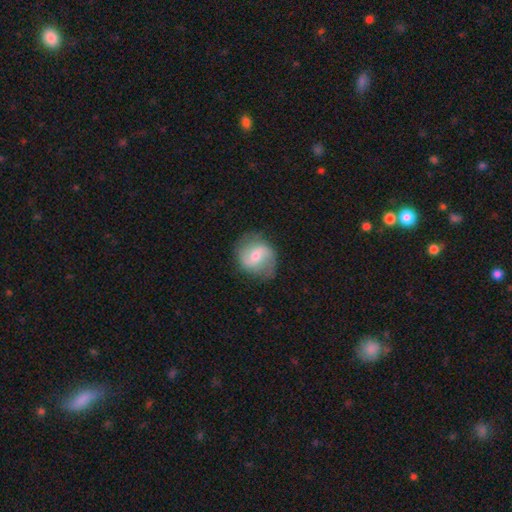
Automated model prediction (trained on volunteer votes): The model was most divided on "bulge size": moderate: 54%, small: 40%, large: 3%, none: 1%, dominant: 1%. Remaining: edge-on disk — no (97%); spiral arms — yes (82%); merging — none (71%); smooth or featured — featured or disk (59%); bar — weak (48%).